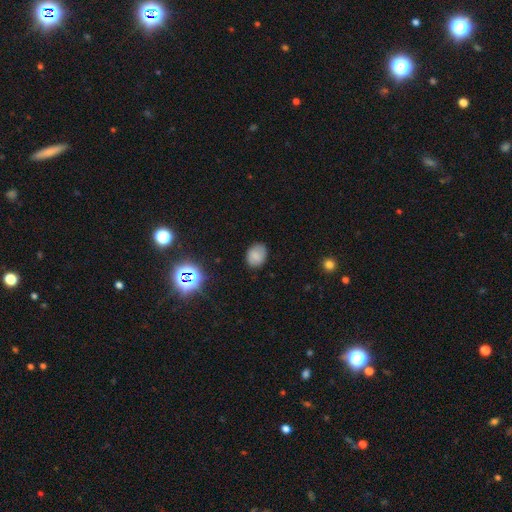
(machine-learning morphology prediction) smooth_or_featured: smooth (p=0.77) [alt: star or artifact p=0.12]
how_rounded: in between (p=0.58) [alt: round p=0.41]
merging: none (p=0.82) [alt: minor disturbance p=0.14]